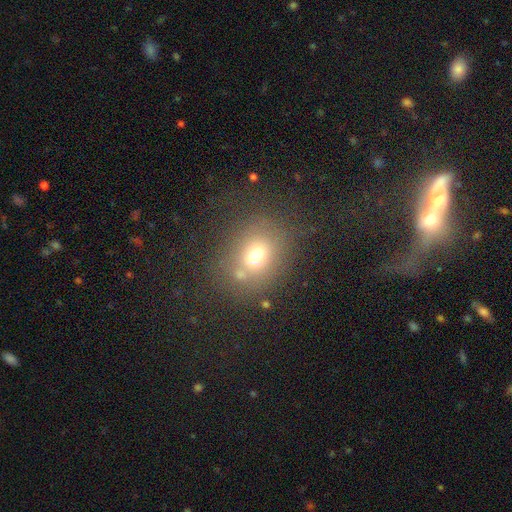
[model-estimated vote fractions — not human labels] This appears to be a smooth galaxy with no disk features (67%) that is round (61%). Merging: none (64%).